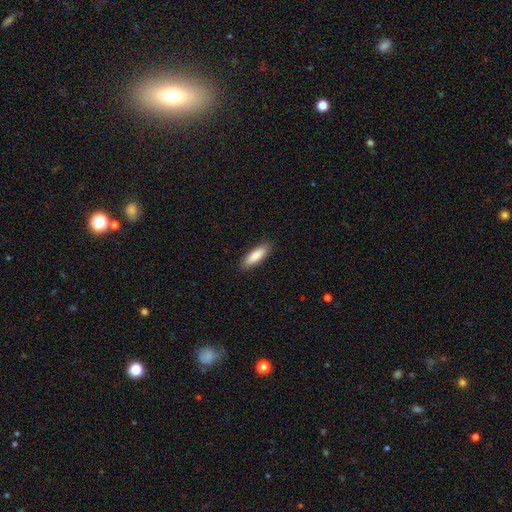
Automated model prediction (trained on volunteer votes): A smooth galaxy with no disk features (86%) that is in between round and cigar-shaped (52%).

Vote fractions:
- Smooth or featured? smooth: 86% / featured or disk: 9% / star or artifact: 5%
- How rounded? in between: 52% / cigar-shaped: 47% / round: 1%
- Merging? none: 87% / minor disturbance: 10% / major disturbance: 2% / merger: 1%